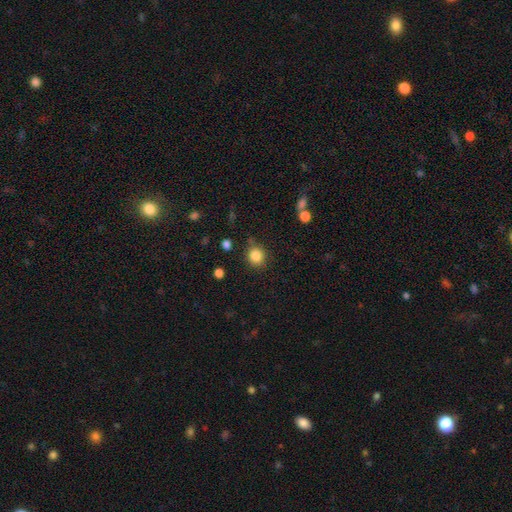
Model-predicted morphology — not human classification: Smooth or featured: smooth — 85% (star or artifact — 11%)
How rounded: round — 81% (in between — 18%)
Merging: none — 80% (minor disturbance — 13%)